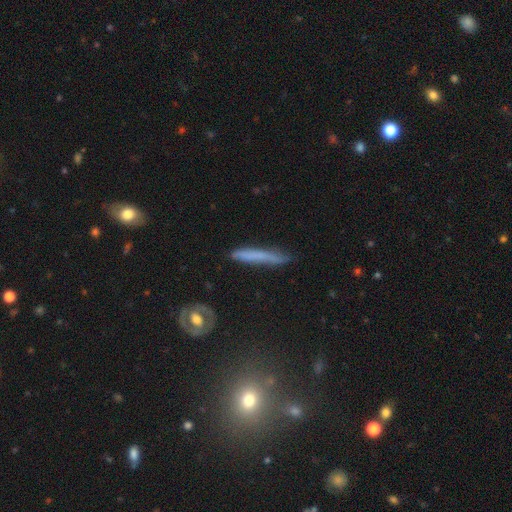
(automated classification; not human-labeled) This is possibly a smooth galaxy (59%). How rounded: clearly cigar-shaped (95%). Merging: clearly none (81%).